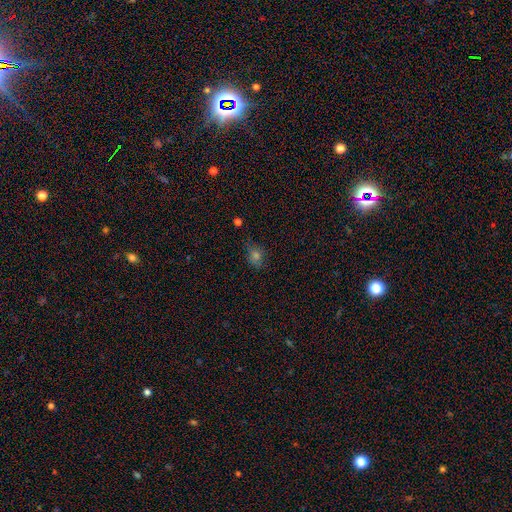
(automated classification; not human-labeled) Q: Smooth or featured?
A: smooth (62%); runner-up: star or artifact (25%)
Q: How rounded?
A: round (55%); runner-up: in between (43%)
Q: Merging?
A: none (69%); runner-up: minor disturbance (22%)